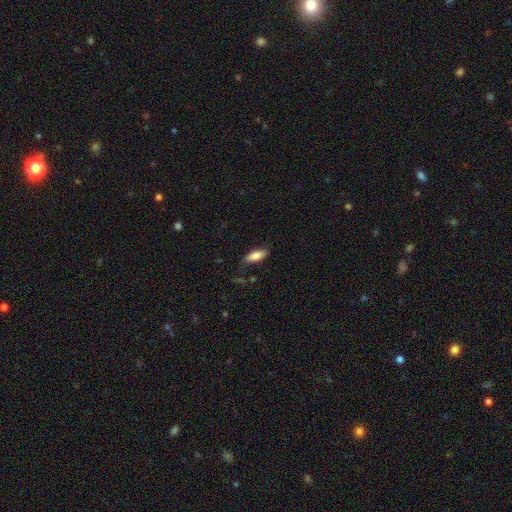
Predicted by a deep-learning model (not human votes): Overall: smooth (79%). How rounded: in between (71%). Merging: none (77%).